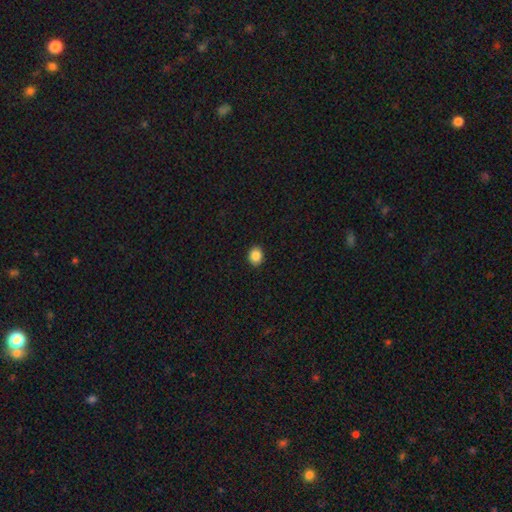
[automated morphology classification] smooth 88%, star or artifact 9%, featured or disk 3%. Down the decision tree: how rounded — round (56%); merging — none (91%).